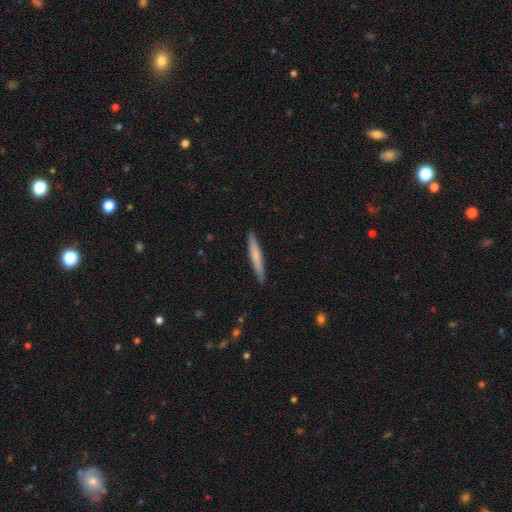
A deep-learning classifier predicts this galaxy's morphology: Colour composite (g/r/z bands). It shows a smooth galaxy with no disk features (65%) that is cigar-shaped (96%). Merging: none (91%).